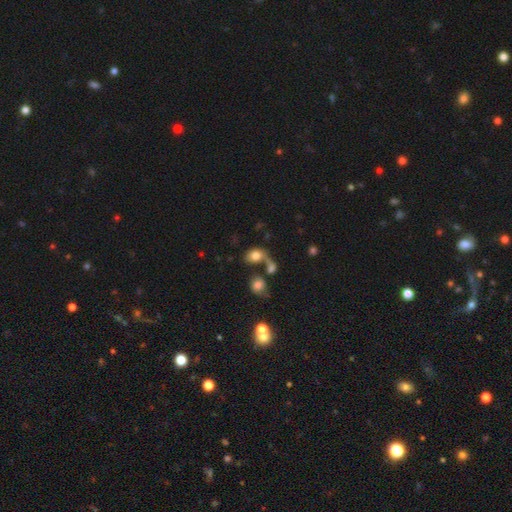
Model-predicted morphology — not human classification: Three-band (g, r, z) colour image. It shows a smooth galaxy with no disk features (74%) that is in between round and cigar-shaped (57%). Merging: merger (45%).